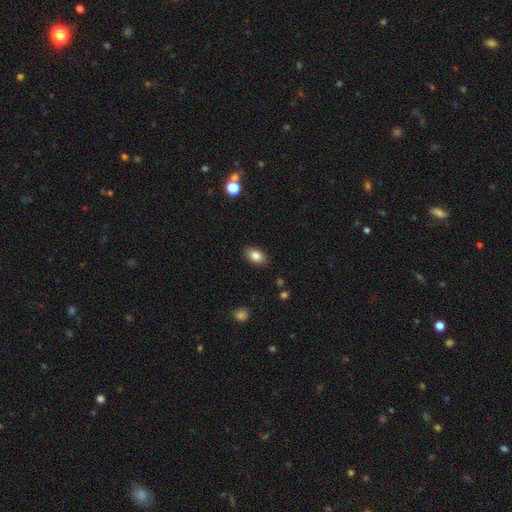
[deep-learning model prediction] Smooth or featured? smooth (84%)
How rounded? in between (89%)
Merging? none (88%)